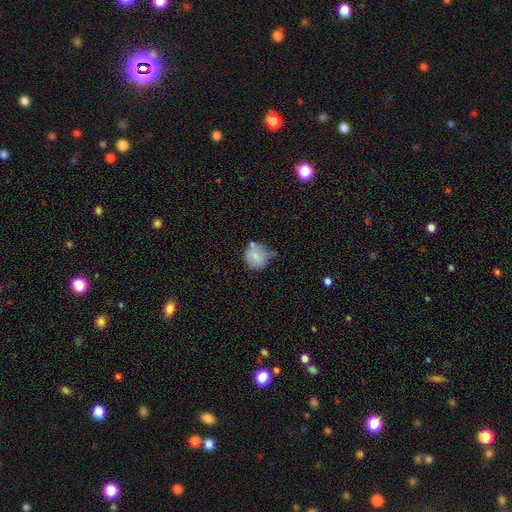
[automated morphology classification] Smooth or featured: smooth — 72% (featured or disk — 19%)
How rounded: round — 78% (in between — 21%)
Merging: none — 46% (minor disturbance — 33%)